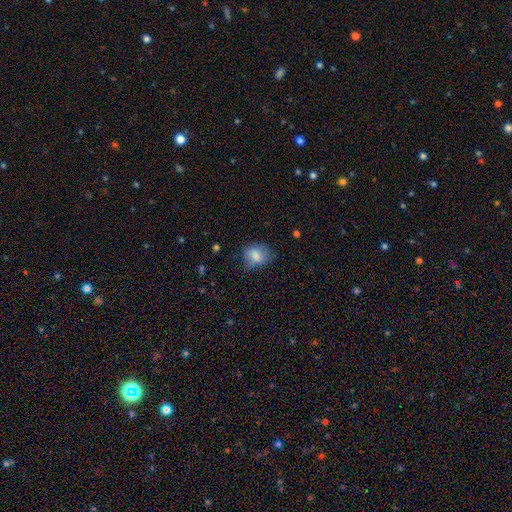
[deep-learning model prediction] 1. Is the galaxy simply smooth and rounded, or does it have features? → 78% smooth, 13% featured or disk, 9% star or artifact.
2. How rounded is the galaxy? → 51% in between, 48% round, 1% cigar-shaped.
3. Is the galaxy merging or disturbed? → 61% none, 28% minor disturbance, 9% major disturbance, 2% merger.